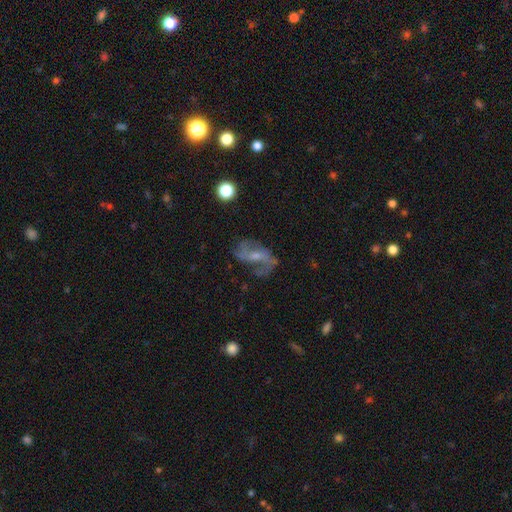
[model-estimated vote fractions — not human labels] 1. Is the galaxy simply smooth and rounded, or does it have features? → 74% featured or disk, 16% smooth, 10% star or artifact.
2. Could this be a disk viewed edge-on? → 96% no, 4% yes.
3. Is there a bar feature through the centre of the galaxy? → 46% weak, 37% no, 16% strong.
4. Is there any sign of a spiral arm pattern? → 86% yes, 14% no.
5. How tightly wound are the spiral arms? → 58% loose, 32% medium, 10% tight.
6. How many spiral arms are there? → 71% 2, 11% can't tell, 7% 1, 6% 3, 2% 4, 2% more than 4.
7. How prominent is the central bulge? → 49% small, 36% moderate, 11% none, 3% large, 1% dominant.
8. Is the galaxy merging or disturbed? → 52% none, 24% major disturbance, 21% minor disturbance, 3% merger.